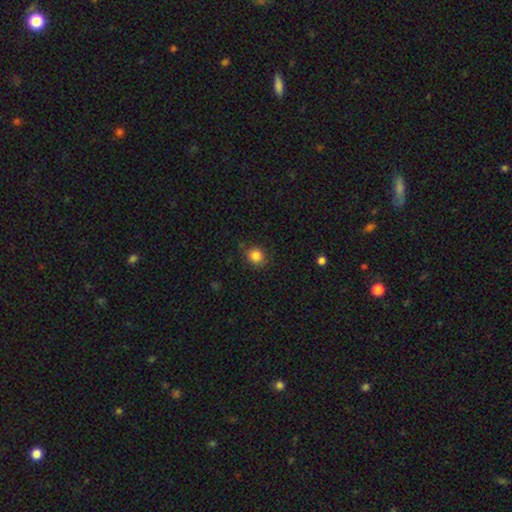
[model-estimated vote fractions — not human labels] Q: Smooth or featured?
A: smooth (84%); runner-up: star or artifact (11%)
Q: How rounded?
A: round (80%); runner-up: in between (19%)
Q: Merging?
A: none (83%); runner-up: minor disturbance (12%)